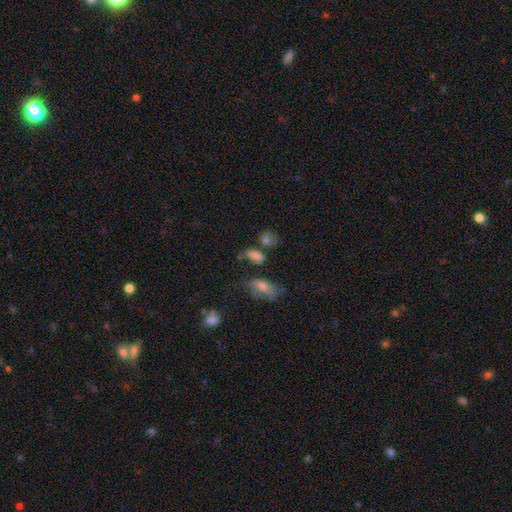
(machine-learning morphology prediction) Q: Smooth or featured?
A: smooth (74%); runner-up: star or artifact (15%)
Q: How rounded?
A: in between (75%); runner-up: round (18%)
Q: Merging?
A: none (48%); runner-up: minor disturbance (21%)